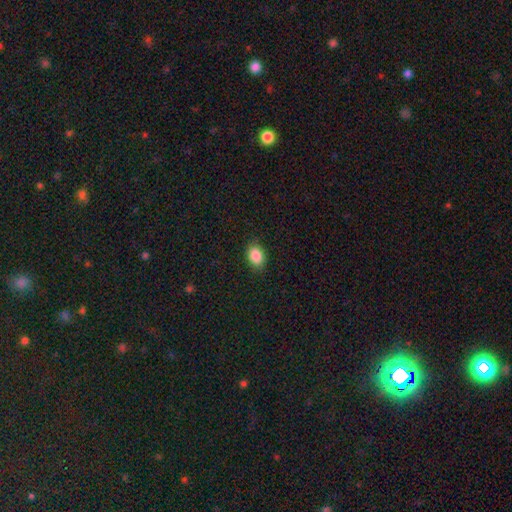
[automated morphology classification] Overall: smooth (88%). How rounded: in between (75%). Merging: none (87%).